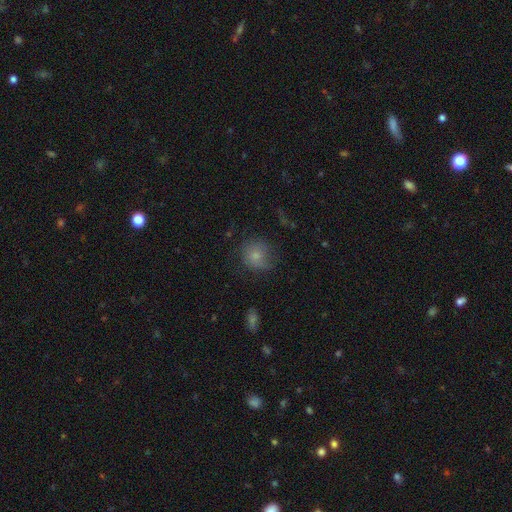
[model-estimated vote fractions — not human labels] Smooth or featured: smooth — 75% (featured or disk — 15%)
How rounded: round — 85% (in between — 14%)
Merging: none — 63% (minor disturbance — 25%)